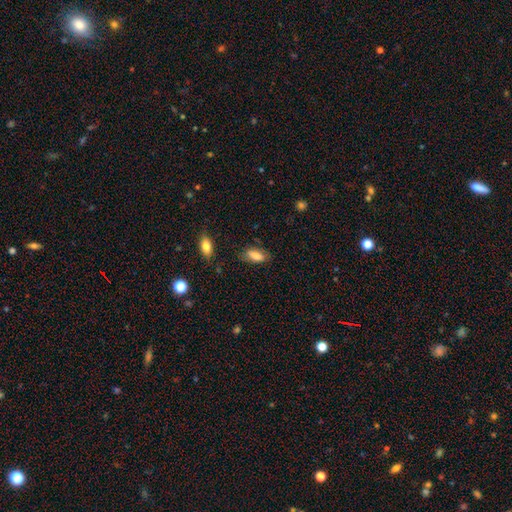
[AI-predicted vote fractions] smooth 73%, featured or disk 19%, star or artifact 8%. Down the decision tree: how rounded — in between (84%); merging — none (73%).